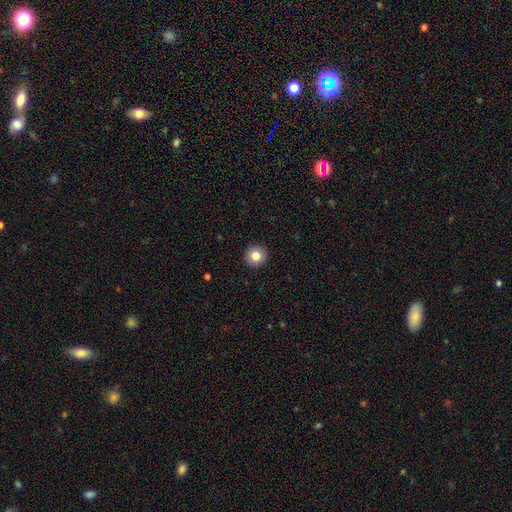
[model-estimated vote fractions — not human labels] smooth_or_featured: smooth (p=0.83) [alt: star or artifact p=0.10]
how_rounded: round (p=0.95) [alt: in between p=0.04]
merging: none (p=0.93) [alt: minor disturbance p=0.05]